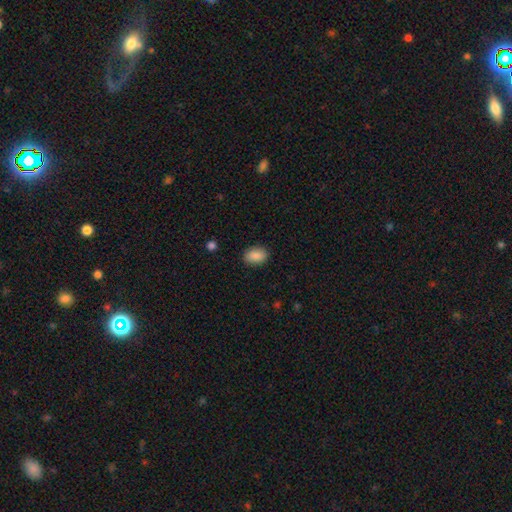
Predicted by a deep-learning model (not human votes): The model was most divided on "how rounded": in between: 82%, round: 16%, cigar-shaped: 1%. More confident: smooth or featured — smooth (89%); merging — none (88%).